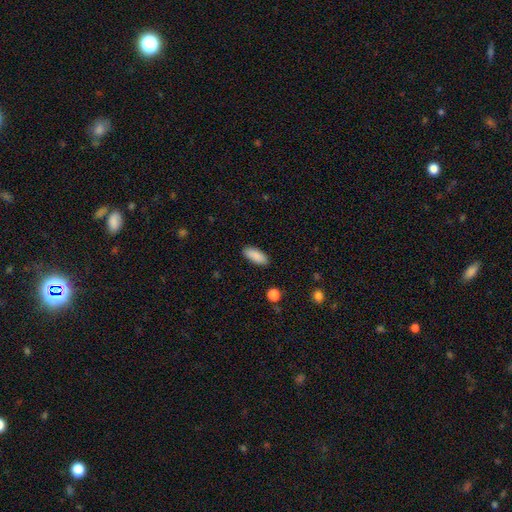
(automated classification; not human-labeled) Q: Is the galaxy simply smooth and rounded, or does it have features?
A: smooth — 90%.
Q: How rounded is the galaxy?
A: in between — 78%.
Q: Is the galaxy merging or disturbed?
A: none — 89%.